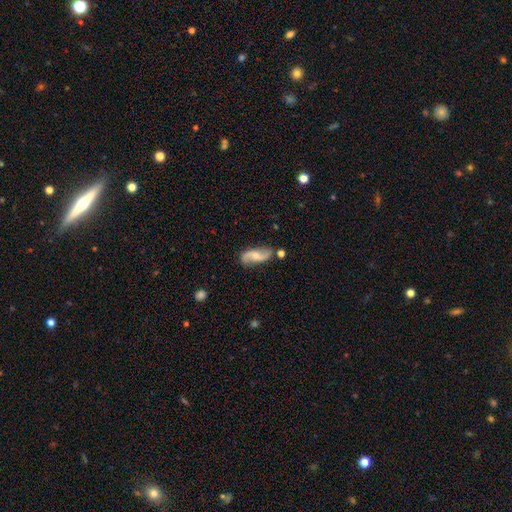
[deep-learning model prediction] smooth_or_featured: featured or disk (p=0.72) [alt: smooth p=0.21]
disk_edge_on: no (p=0.94) [alt: yes p=0.06]
bar: no (p=0.58) [alt: weak p=0.32]
has_spiral_arms: yes (p=0.94) [alt: no p=0.06]
spiral_winding: loose (p=0.77) [alt: medium p=0.17]
spiral_arm_count: 2 (p=0.92) [alt: can't tell p=0.03]
bulge_size: small (p=0.49) [alt: moderate p=0.42]
merging: none (p=0.75) [alt: minor disturbance p=0.16]